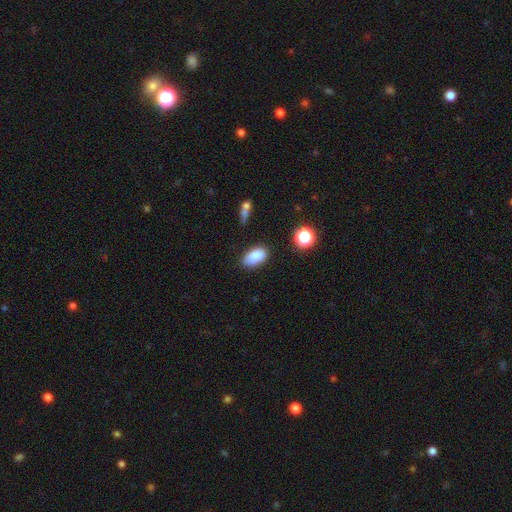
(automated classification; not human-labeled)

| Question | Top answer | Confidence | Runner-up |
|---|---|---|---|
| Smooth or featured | smooth | 84% | star or artifact (10%) |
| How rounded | in between | 92% | round (6%) |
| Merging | none | 71% | minor disturbance (21%) |